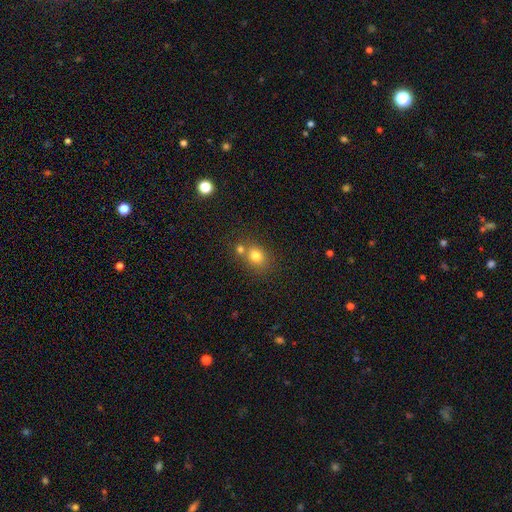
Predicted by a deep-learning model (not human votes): Q: Smooth or featured?
A: smooth (77%); runner-up: star or artifact (13%)
Q: How rounded?
A: round (61%); runner-up: in between (38%)
Q: Merging?
A: none (53%); runner-up: merger (34%)